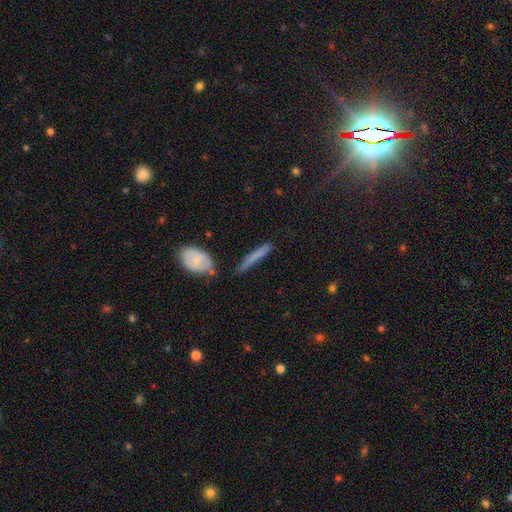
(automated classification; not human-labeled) Smooth or featured?
  - smooth: 64% *
  - featured or disk: 28%
  - star or artifact: 8%
How rounded?
  - cigar-shaped: 90% *
  - in between: 7%
  - round: 2%
Merging?
  - none: 68% *
  - minor disturbance: 20%
  - merger: 6%
  - major disturbance: 5%